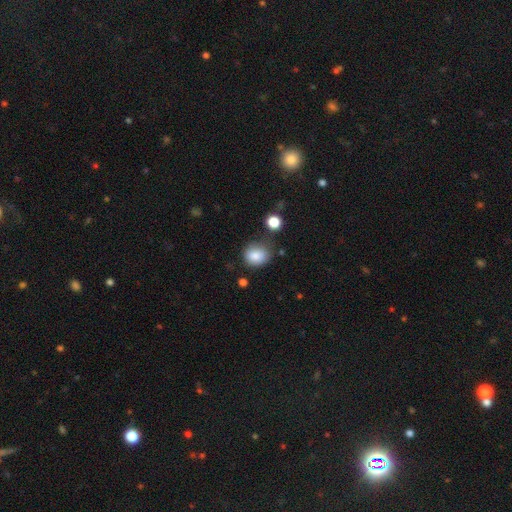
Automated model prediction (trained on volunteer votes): smooth 84%, star or artifact 10%, featured or disk 7%. Down the decision tree: how rounded — round (64%); merging — none (65%).